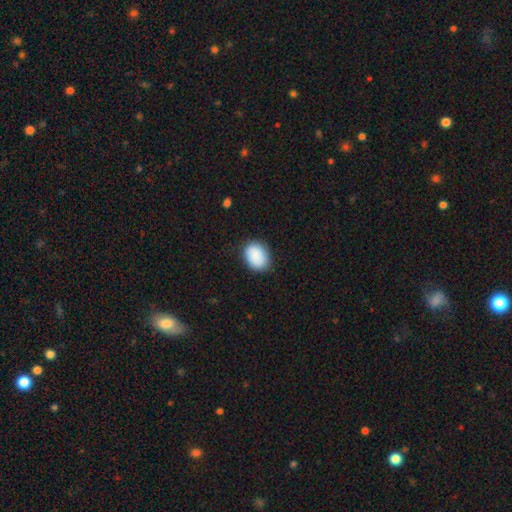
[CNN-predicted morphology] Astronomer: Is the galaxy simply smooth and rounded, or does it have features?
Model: smooth — 87%.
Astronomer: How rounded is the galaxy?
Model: in between — 62% (runner-up: round, 37%).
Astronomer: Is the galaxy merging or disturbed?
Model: none — 83%.